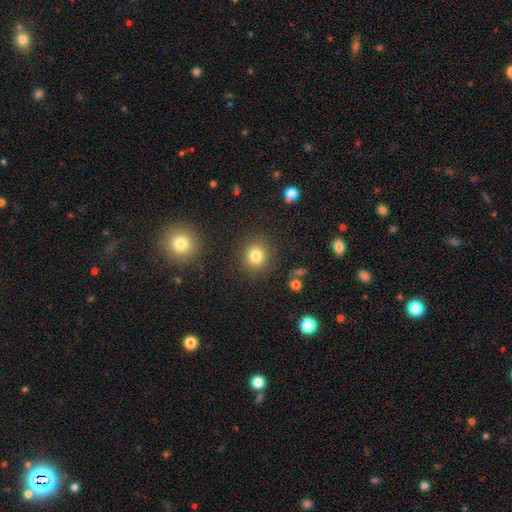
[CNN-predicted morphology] smooth 81%, star or artifact 12%, featured or disk 7%. Down the decision tree: how rounded — round (85%); merging — none (87%).